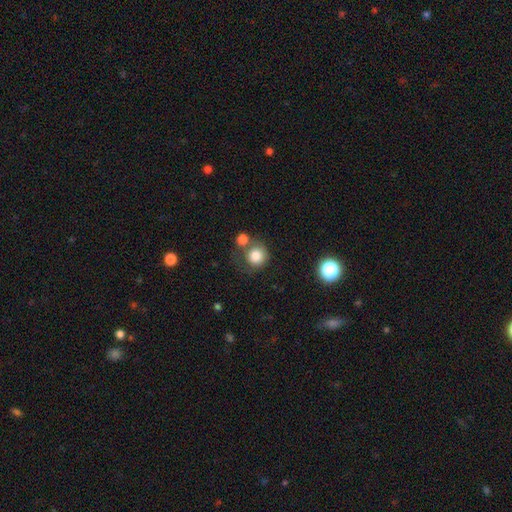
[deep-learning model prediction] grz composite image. It shows a smooth galaxy with no disk features (82%) that is round (89%). Merging: none (54%).